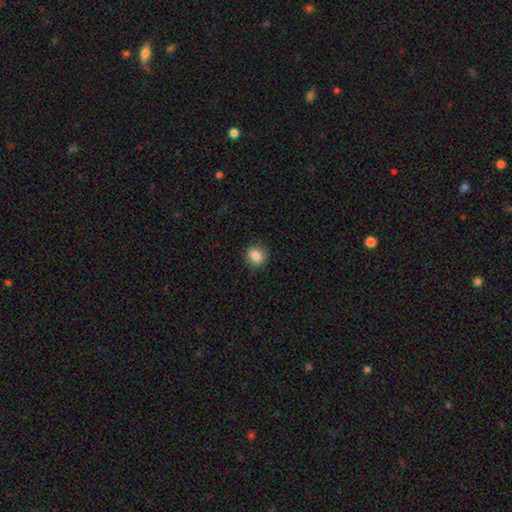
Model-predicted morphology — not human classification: Smooth or featured: smooth — 85% (star or artifact — 9%)
How rounded: round — 71% (in between — 28%)
Merging: none — 86% (minor disturbance — 10%)